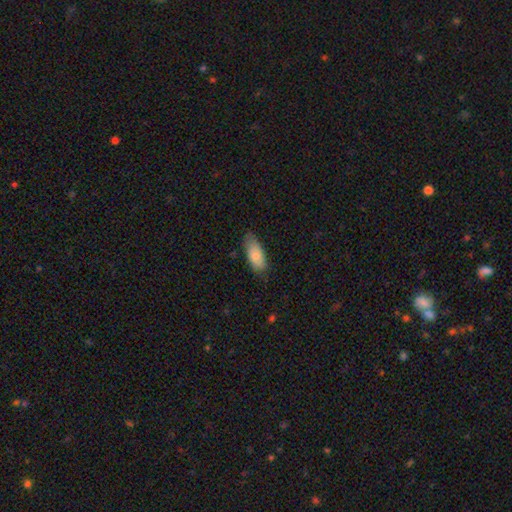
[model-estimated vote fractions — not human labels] This is clearly a smooth galaxy (82%). How rounded: clearly in between (86%). Merging: likely none (66%).